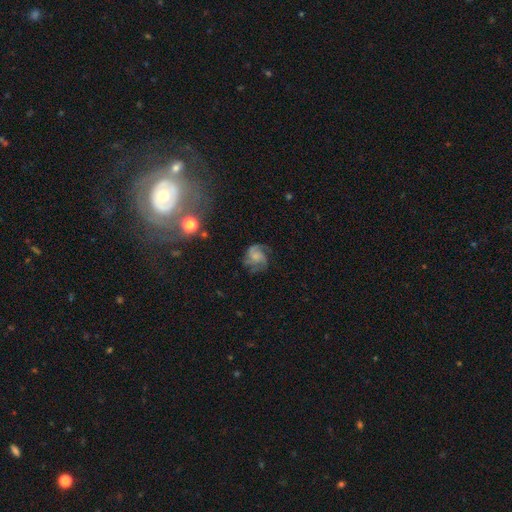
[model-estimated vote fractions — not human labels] featured or disk 73%, smooth 19%, star or artifact 9%. Down the decision tree: edge-on disk — no (98%); bar — no (72%); spiral arms — yes (93%); spiral arm count — 3 (46%); spiral winding — medium (48%); bulge size — small (43%); merging — none (64%).